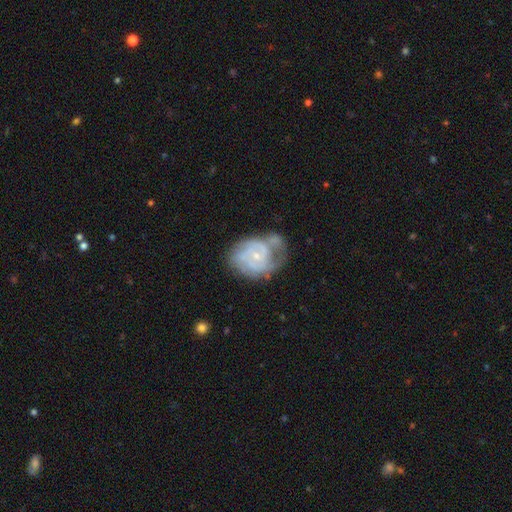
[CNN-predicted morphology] smooth-or-featured: featured or disk: 79% | smooth: 15% | star or artifact: 6%
  disk-edge-on: no: 98% | yes: 2%
    bar: no: 68% | weak: 28% | strong: 4%
    has-spiral-arms: yes: 89% | no: 11%
      spiral-winding: tight: 55% | medium: 35% | loose: 10%
      spiral-arm-count: 2: 32% (tied) | can't tell: 32% (tied) | 3: 22% | 1: 5% | 4: 5% | more than 4: 4%
    bulge-size: small: 73% | moderate: 22% | none: 3% | large: 1% | dominant: 1%
  merging: none: 41% | minor disturbance: 28% | major disturbance: 20% | merger: 12%